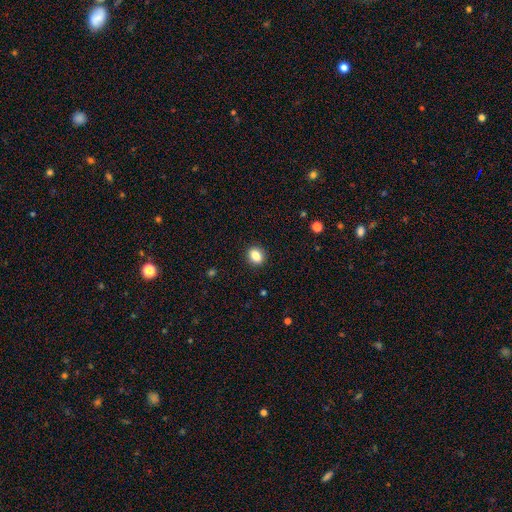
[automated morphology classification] Overall: smooth (85%). How rounded: round (50%; in between 48%). Merging: none (91%).